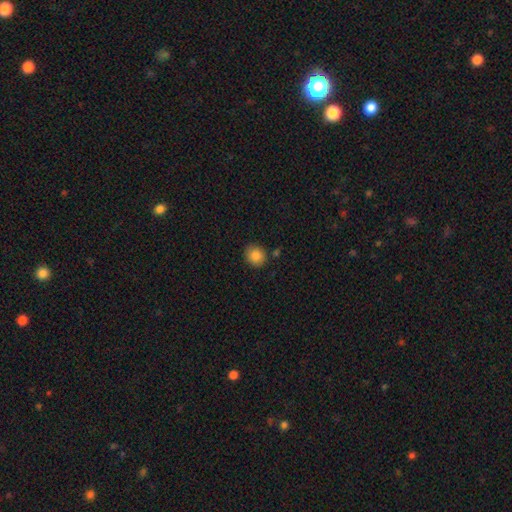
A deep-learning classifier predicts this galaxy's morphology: This is clearly a smooth galaxy (85%). How rounded: clearly round (81%). Merging: clearly none (81%).